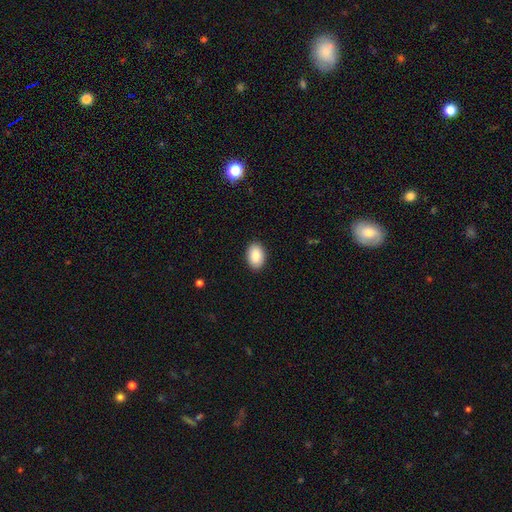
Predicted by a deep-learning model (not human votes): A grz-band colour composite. It shows a smooth galaxy with no disk features (89%) that is in between round and cigar-shaped (90%). Merging: none (90%).